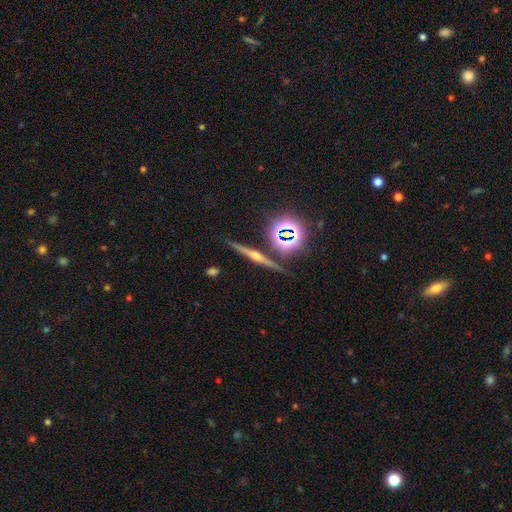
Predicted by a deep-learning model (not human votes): A featured or disk galaxy (68%) viewed edge-on (97%) with a rounded central bulge (89%).

Vote fractions:
- Smooth or featured? featured or disk: 68% / star or artifact: 19% / smooth: 13%
- Edge-on disk? yes: 97% / no: 3%
- Edge-on bulge? rounded: 89% / none: 6% / boxy: 5%
- Merging? none: 88% / minor disturbance: 7% / merger: 3% / major disturbance: 2%